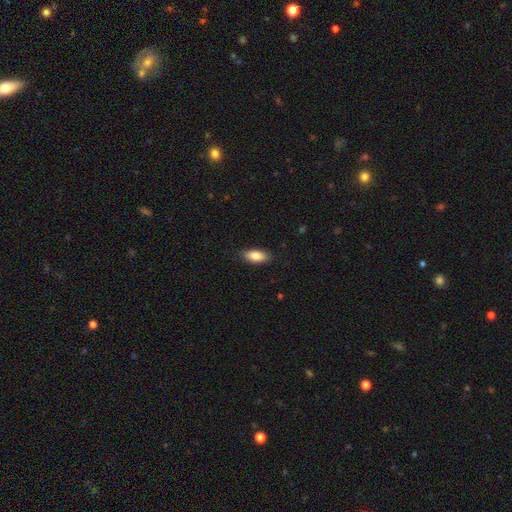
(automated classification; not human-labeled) smooth_or_featured: smooth (p=0.83) [alt: featured or disk p=0.11]
how_rounded: in between (p=0.85) [alt: cigar-shaped p=0.12]
merging: none (p=0.87) [alt: minor disturbance p=0.10]